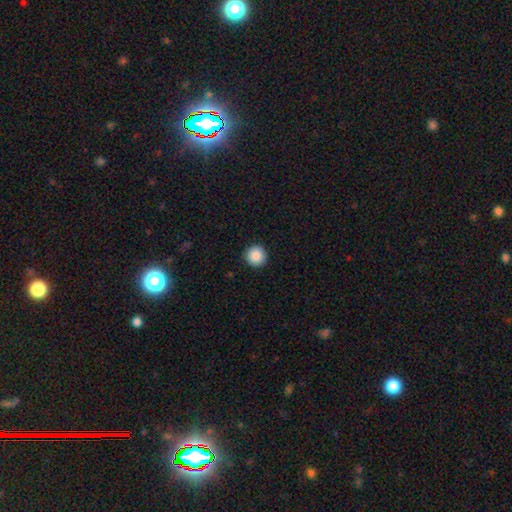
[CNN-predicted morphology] A smooth galaxy with no disk features (88%) that is round (95%).

Vote fractions:
- Smooth or featured? smooth: 88% / star or artifact: 8% / featured or disk: 3%
- How rounded? round: 95% / in between: 4% / cigar-shaped: 1%
- Merging? none: 93% / minor disturbance: 5% / major disturbance: 2% / merger: 1%